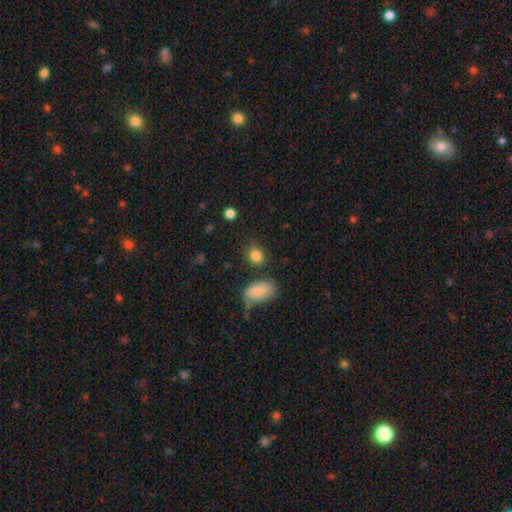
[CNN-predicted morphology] The model was most divided on "how rounded": round: 72%, in between: 26%, cigar-shaped: 2%. More confident: smooth or featured — smooth (84%); merging — none (70%).